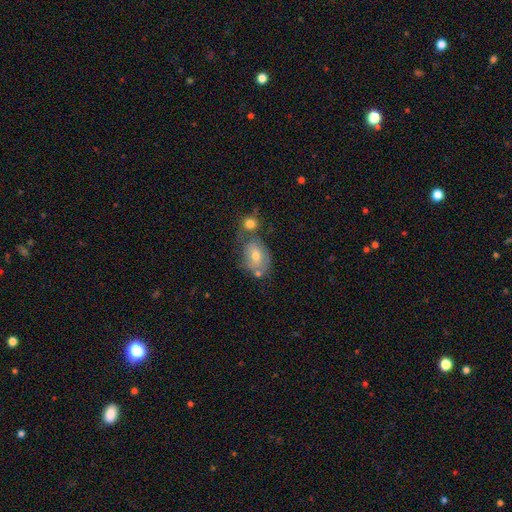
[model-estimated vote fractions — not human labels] This is possibly a smooth galaxy (49%). Merging: marginally none (44%).